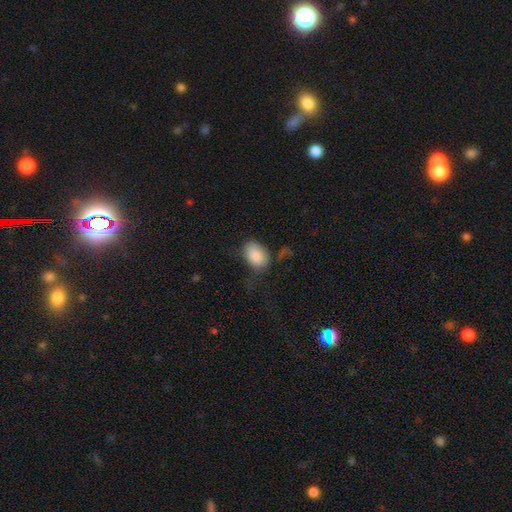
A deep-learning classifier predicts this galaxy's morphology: The model was most divided on "merging": none: 59%, minor disturbance: 25%, major disturbance: 12%, merger: 4%. More confident: smooth or featured — smooth (86%); how rounded — in between (86%).